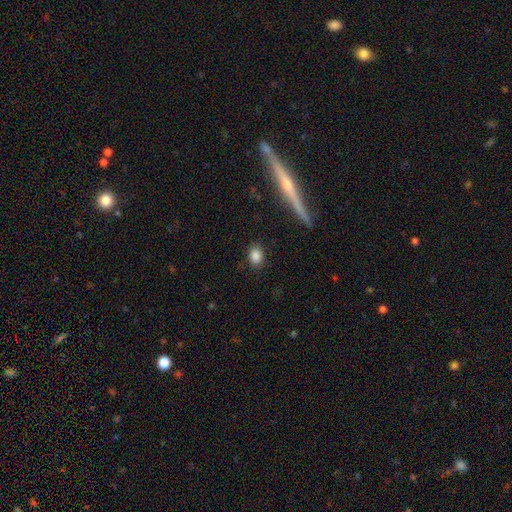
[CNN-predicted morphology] Q: Smooth or featured?
A: smooth (86%); runner-up: star or artifact (9%)
Q: How rounded?
A: in between (63%); runner-up: round (35%)
Q: Merging?
A: none (86%); runner-up: minor disturbance (9%)